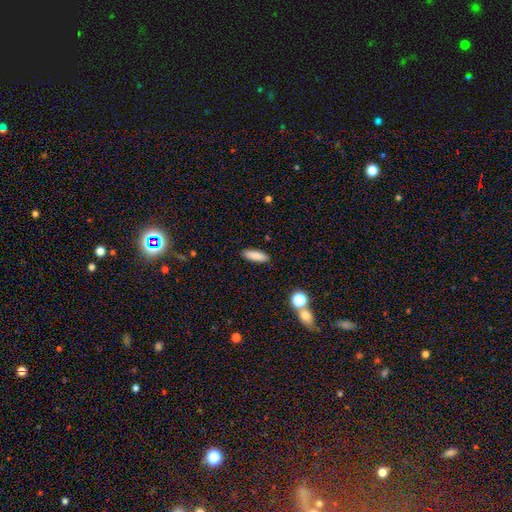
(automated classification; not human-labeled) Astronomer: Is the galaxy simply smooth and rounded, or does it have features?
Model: smooth — 87%.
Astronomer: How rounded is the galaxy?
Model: in between — 51% (runner-up: cigar-shaped, 47%).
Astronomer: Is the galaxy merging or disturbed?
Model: none — 89%.